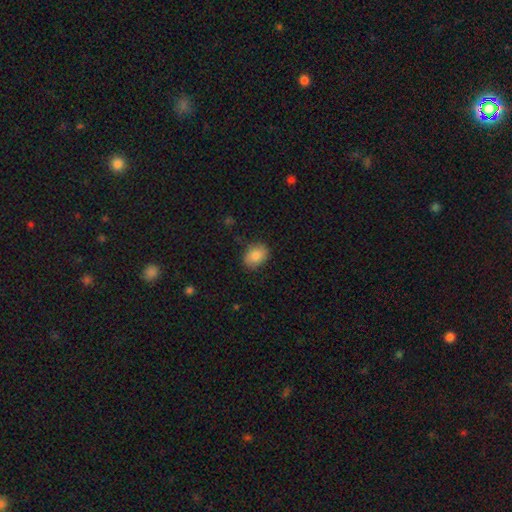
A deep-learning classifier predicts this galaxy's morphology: type=smooth (85%); roundness=in between (72%); merging=none (84%).